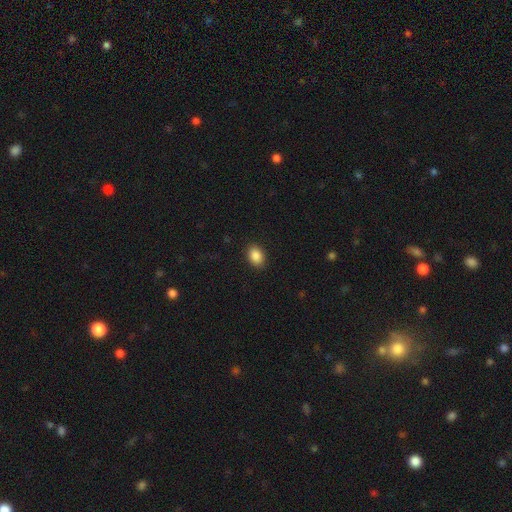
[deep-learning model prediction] smooth_or_featured: smooth (p=0.88) [alt: star or artifact p=0.08]
how_rounded: in between (p=0.79) [alt: round p=0.20]
merging: none (p=0.89) [alt: minor disturbance p=0.08]